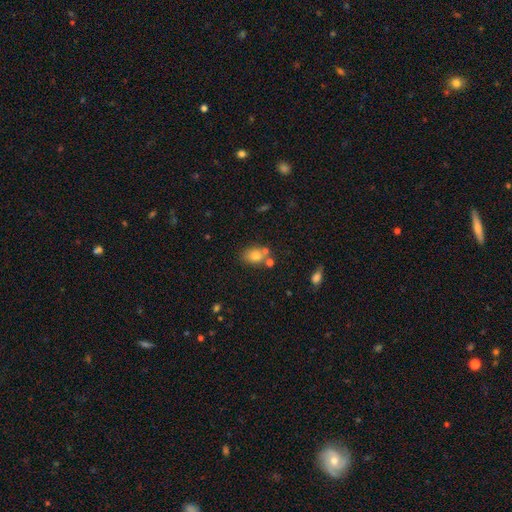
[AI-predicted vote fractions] A smooth galaxy with no disk features (76%) that is in between round and cigar-shaped (61%).

Vote fractions:
- Smooth or featured? smooth: 76% / featured or disk: 13% / star or artifact: 11%
- How rounded? in between: 61% / round: 37% / cigar-shaped: 1%
- Merging? none: 61% / merger: 22% / minor disturbance: 14% / major disturbance: 4%